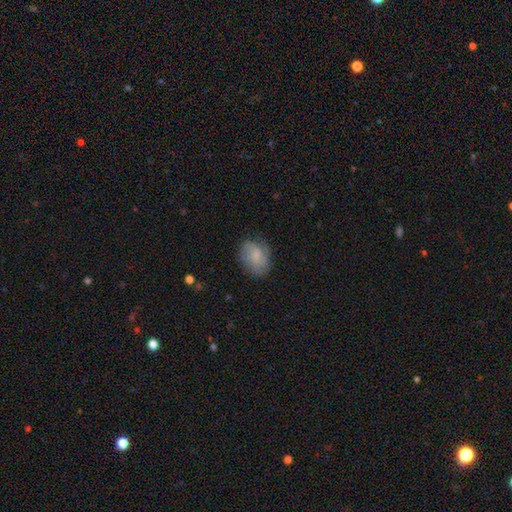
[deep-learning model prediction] Overall: smooth (48%; featured or disk 44%). Merging: none (66%).